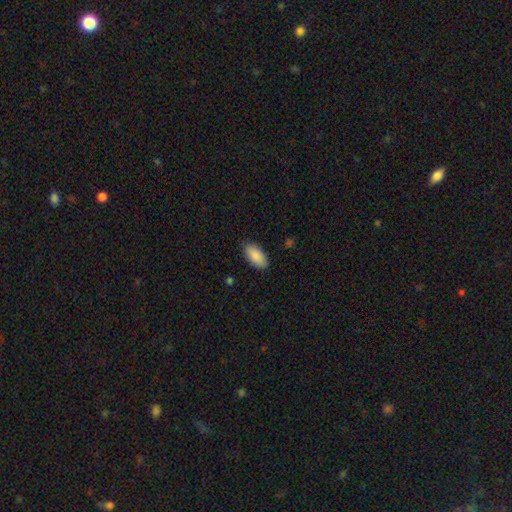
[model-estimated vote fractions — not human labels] A smooth galaxy with no disk features (89%) that is in between round and cigar-shaped (91%). Merging: none (87%).